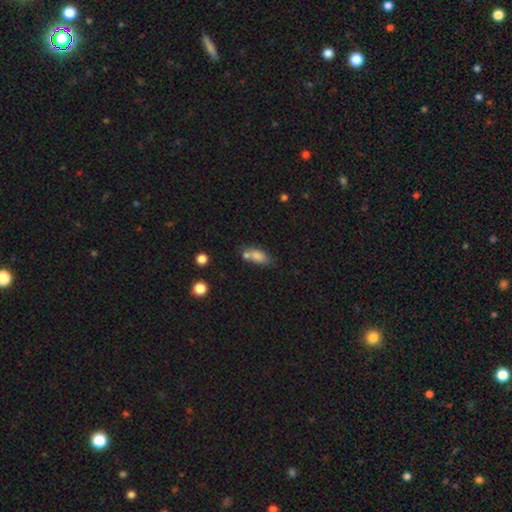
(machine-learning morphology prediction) The model was most divided on "merging": none: 43%, merger: 35%, minor disturbance: 16%, major disturbance: 6%. More confident: how rounded — in between (82%); smooth or featured — smooth (77%).